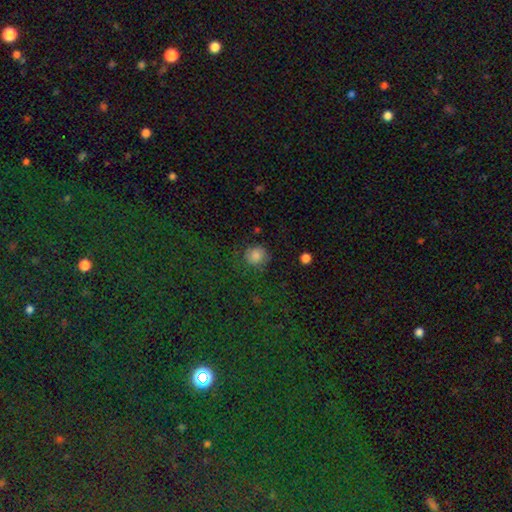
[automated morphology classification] smooth 77%, star or artifact 14%, featured or disk 9%. Down the decision tree: how rounded — round (85%); merging — none (72%).